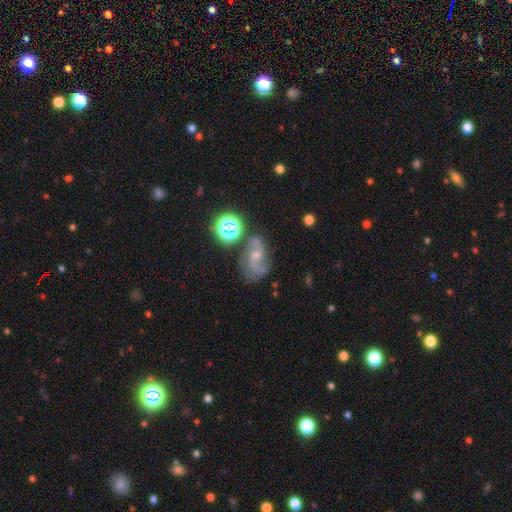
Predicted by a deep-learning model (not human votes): A featured or disk galaxy (80%) with no bar (48%), 2 (86%) medium (50%) spiral arms (96%) and a small central bulge (55%). Merging: none (61%).